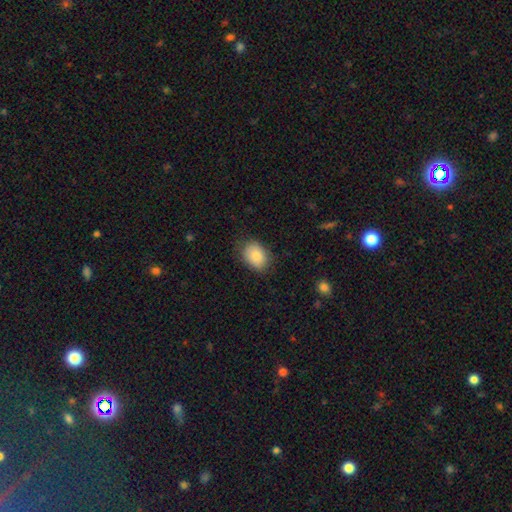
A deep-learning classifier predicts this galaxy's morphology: smooth-or-featured: smooth: 85% | star or artifact: 7% | featured or disk: 7%
  how-rounded: in between: 71% | round: 28% | cigar-shaped: 1%
  merging: none: 79% | minor disturbance: 16% | major disturbance: 4% | merger: 1%